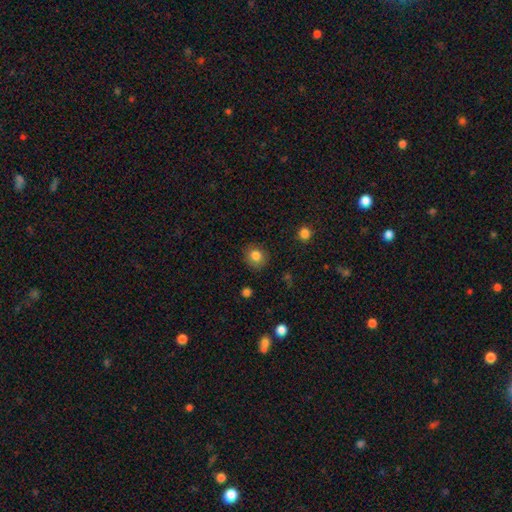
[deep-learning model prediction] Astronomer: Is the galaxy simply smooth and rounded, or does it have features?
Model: smooth — 83%.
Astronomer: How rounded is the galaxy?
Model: round — 81%.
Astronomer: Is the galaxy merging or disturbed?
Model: none — 86%.